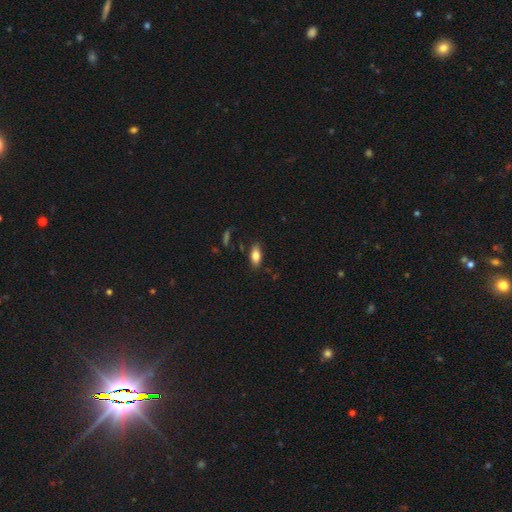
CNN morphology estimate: Smooth or featured? Predicted: smooth (p=0.80). How rounded? Predicted: in between (p=0.86). Merging? Predicted: none (p=0.83).